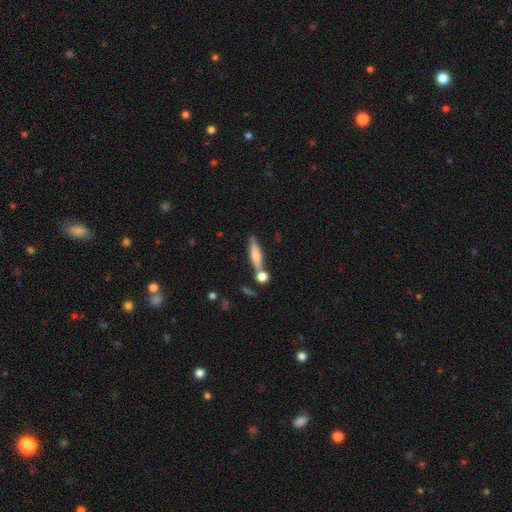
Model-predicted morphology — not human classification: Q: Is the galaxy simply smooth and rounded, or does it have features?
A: smooth — 59%.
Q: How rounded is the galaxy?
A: cigar-shaped — 74%.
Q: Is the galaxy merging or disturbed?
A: none — 63%.